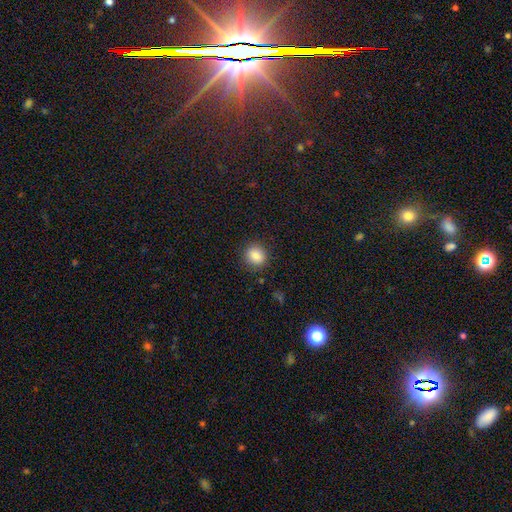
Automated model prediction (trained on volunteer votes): Smooth or featured?
  - smooth: 86% *
  - star or artifact: 9%
  - featured or disk: 5%
How rounded?
  - round: 80% *
  - in between: 19%
  - cigar-shaped: 1%
Merging?
  - none: 88% *
  - minor disturbance: 8%
  - major disturbance: 3%
  - merger: 1%